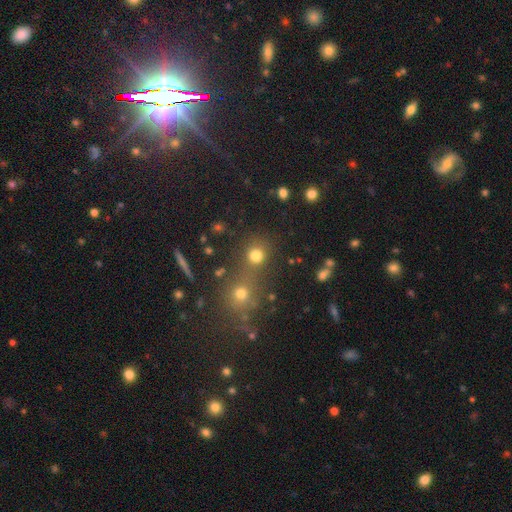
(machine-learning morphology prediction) smooth_or_featured: smooth (p=0.75) [alt: star or artifact p=0.18]
how_rounded: round (p=0.87) [alt: in between p=0.12]
merging: none (p=0.61) [alt: merger p=0.26]